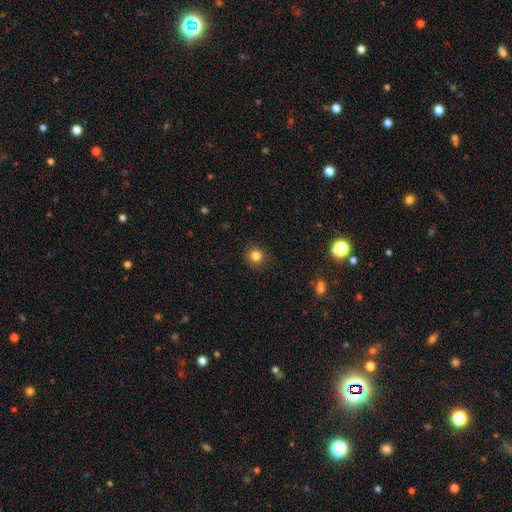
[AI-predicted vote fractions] smooth-or-featured: smooth: 82% | star or artifact: 13% | featured or disk: 5%
  how-rounded: round: 92% | in between: 7% | cigar-shaped: 1%
  merging: none: 90% | minor disturbance: 7% | major disturbance: 2% | merger: 1%